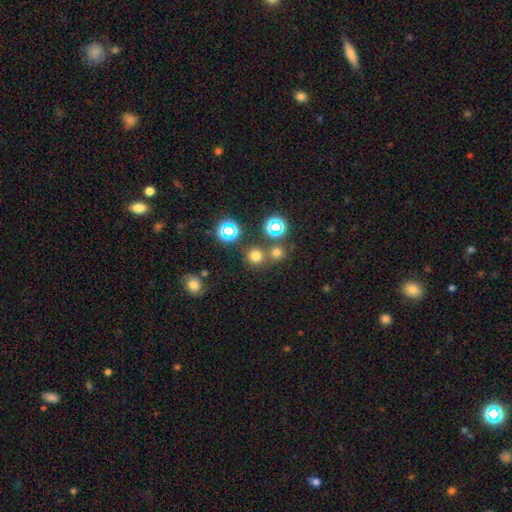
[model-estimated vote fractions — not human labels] This is likely a smooth galaxy (67%). How rounded: clearly round (91%). Merging: likely none (71%).